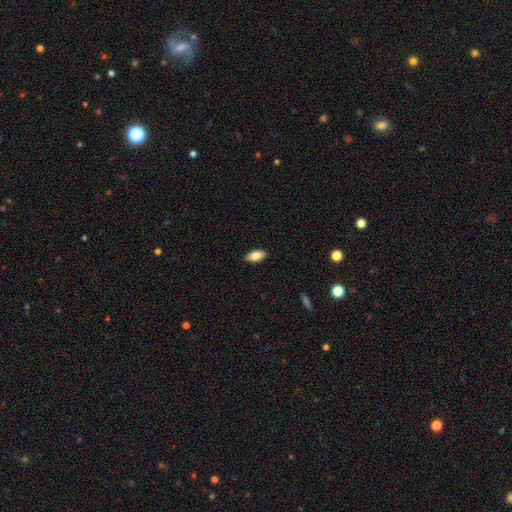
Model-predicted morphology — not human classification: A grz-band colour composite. It shows a smooth galaxy with no disk features (84%) that is in between round and cigar-shaped (91%). Merging: none (90%).